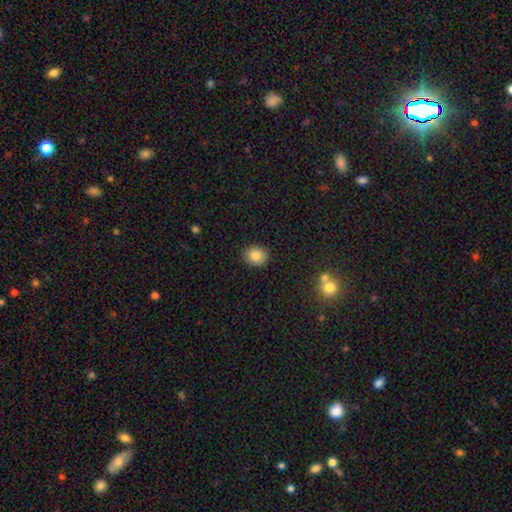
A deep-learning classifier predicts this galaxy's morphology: smooth_or_featured: smooth (p=0.82) [alt: star or artifact p=0.10]
how_rounded: round (p=0.74) [alt: in between p=0.25]
merging: none (p=0.87) [alt: minor disturbance p=0.09]